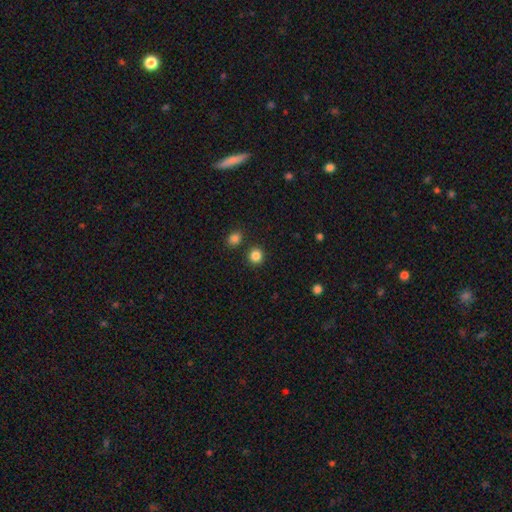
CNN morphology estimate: This appears to be a smooth galaxy with no disk features (85%) that is round (90%). Merging: none (87%).